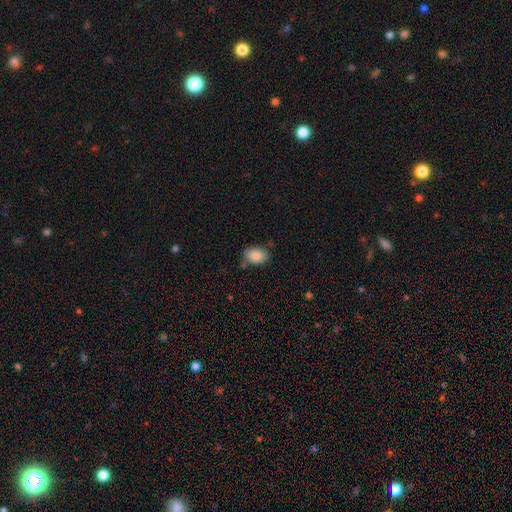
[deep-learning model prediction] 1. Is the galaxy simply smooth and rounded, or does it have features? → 88% smooth, 7% star or artifact, 5% featured or disk.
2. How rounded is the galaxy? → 82% in between, 17% round, 1% cigar-shaped.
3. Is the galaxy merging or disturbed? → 75% none, 15% minor disturbance, 6% merger, 4% major disturbance.